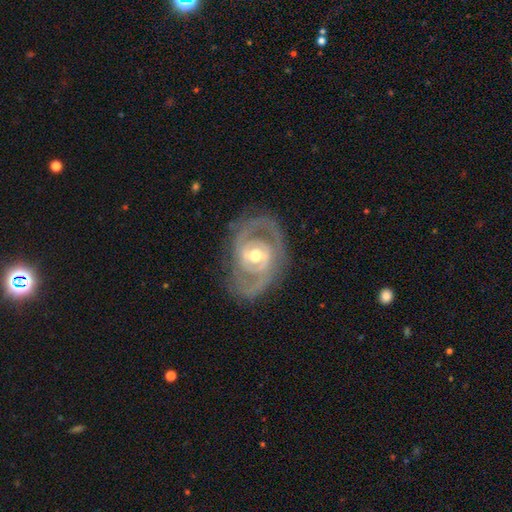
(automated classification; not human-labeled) featured or disk 85%, smooth 10%, star or artifact 5%. Down the decision tree: edge-on disk — no (96%); bar — weak (43%); spiral arms — yes (83%); spiral arm count — 2 (69%); spiral winding — tight (49%); bulge size — moderate (72%); merging — none (75%).